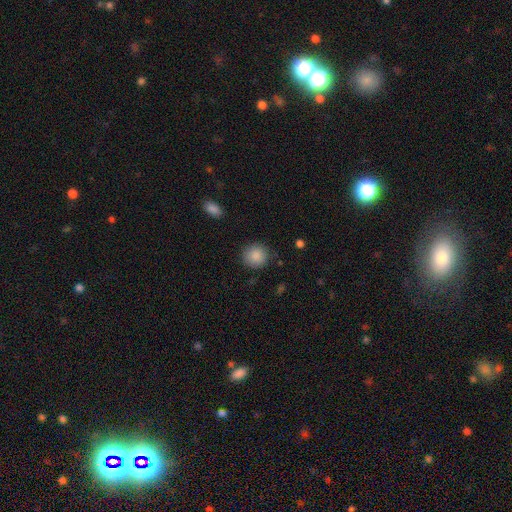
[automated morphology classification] Smooth or featured: smooth — 88% (star or artifact — 8%)
How rounded: round — 90% (in between — 9%)
Merging: none — 87% (minor disturbance — 9%)